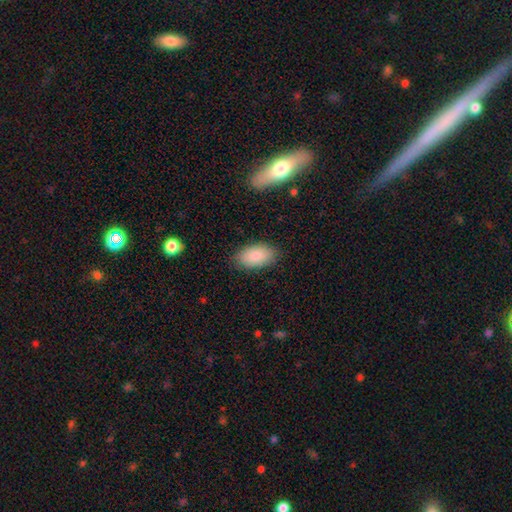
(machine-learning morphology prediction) smooth-or-featured: smooth: 88% | star or artifact: 6% | featured or disk: 5%
  how-rounded: in between: 94% | round: 4% | cigar-shaped: 2%
  merging: none: 86% | minor disturbance: 10% | major disturbance: 3% | merger: 1%